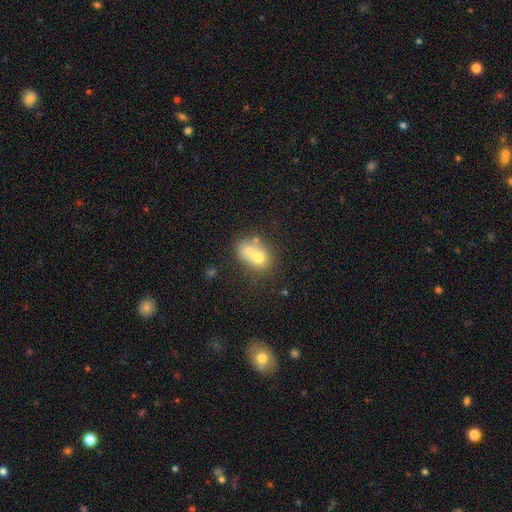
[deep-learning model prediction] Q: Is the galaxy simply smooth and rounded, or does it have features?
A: smooth — 62%.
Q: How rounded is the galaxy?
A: in between — 52%.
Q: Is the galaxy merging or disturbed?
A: merger — 60%.